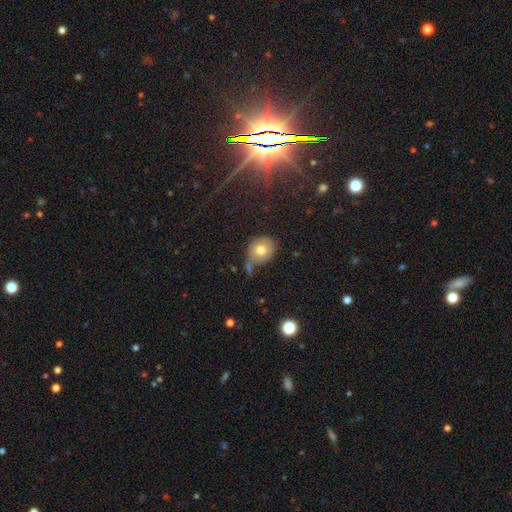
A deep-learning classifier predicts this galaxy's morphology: Smooth or featured? smooth (72%)
How rounded? round (66%)
Merging? none (59%)